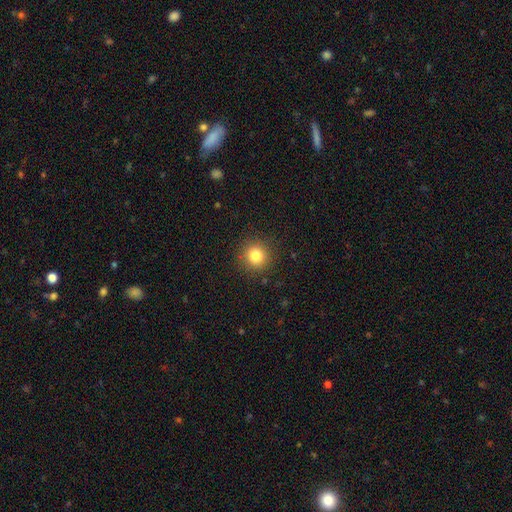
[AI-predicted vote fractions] smooth 81%, star or artifact 12%, featured or disk 6%. Down the decision tree: how rounded — round (93%); merging — none (90%).